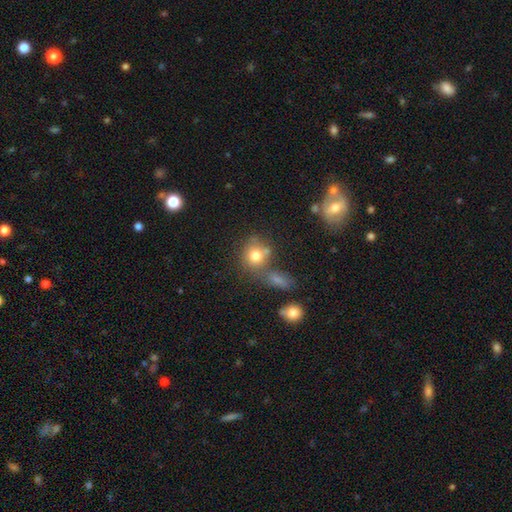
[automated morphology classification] Smooth or featured?
  - smooth: 77% *
  - featured or disk: 12%
  - star or artifact: 12%
How rounded?
  - round: 75% *
  - in between: 24%
  - cigar-shaped: 2%
Merging?
  - none: 52% *
  - merger: 27%
  - minor disturbance: 14%
  - major disturbance: 7%